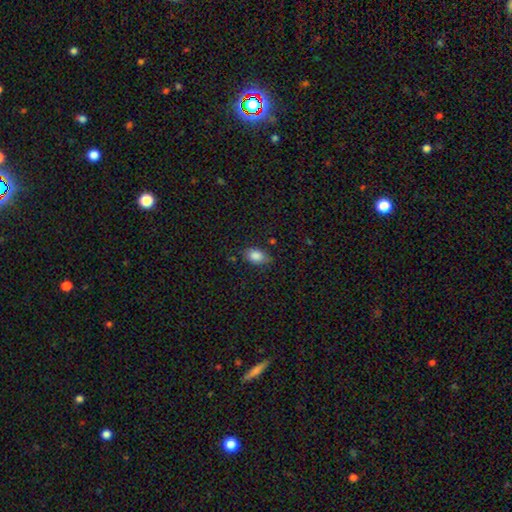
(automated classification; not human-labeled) smooth 85%, star or artifact 9%, featured or disk 6%. Down the decision tree: how rounded — in between (85%); merging — none (74%).